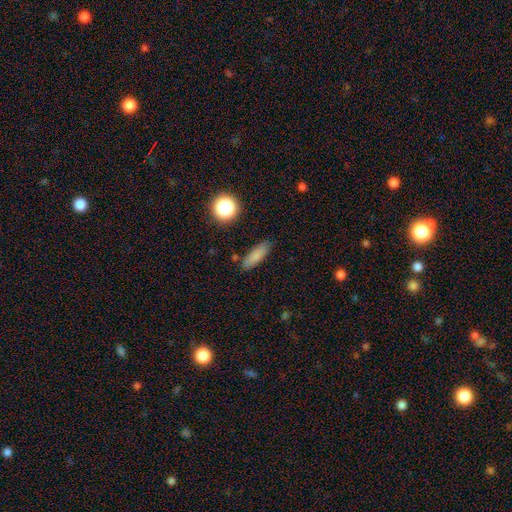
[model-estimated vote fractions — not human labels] A smooth galaxy with no disk features (81%) that is in between round and cigar-shaped (53%).

Vote fractions:
- Smooth or featured? smooth: 81% / star or artifact: 10% / featured or disk: 9%
- How rounded? in between: 53% / cigar-shaped: 43% / round: 4%
- Merging? none: 84% / minor disturbance: 11% / major disturbance: 3% / merger: 3%